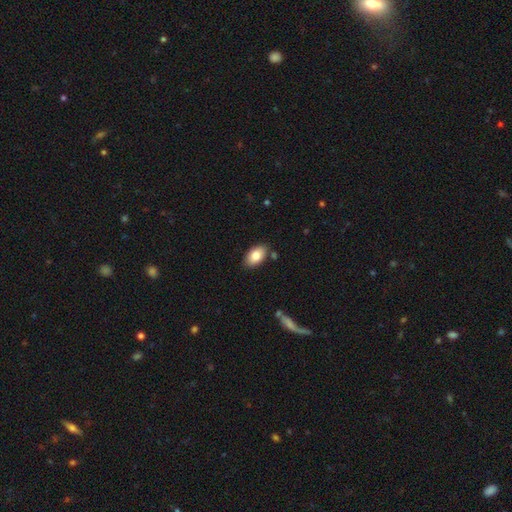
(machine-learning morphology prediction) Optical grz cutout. It shows a smooth galaxy with no disk features (82%) that is in between round and cigar-shaped (93%). Merging: none (83%).